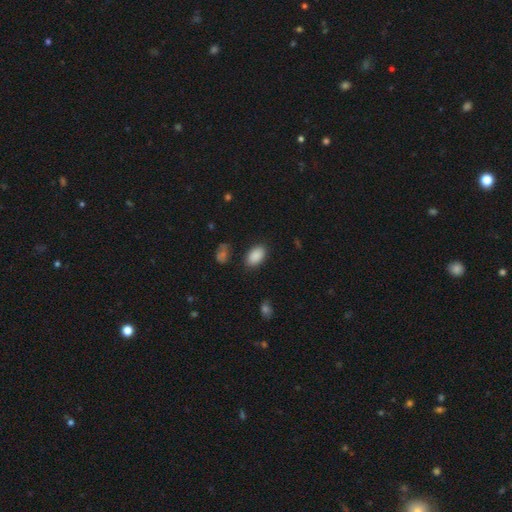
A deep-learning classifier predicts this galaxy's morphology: smooth 89%, star or artifact 8%, featured or disk 3%. Down the decision tree: how rounded — in between (92%); merging — none (85%).